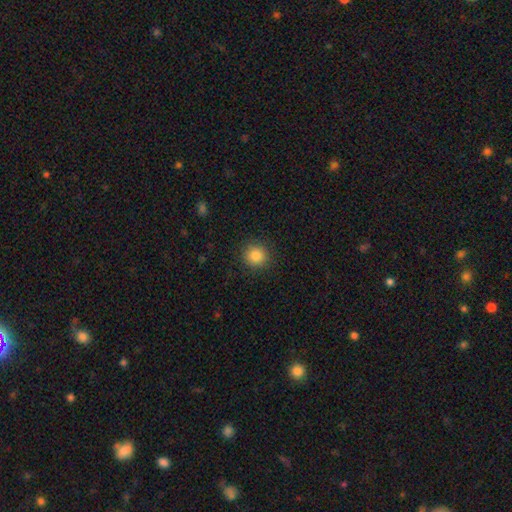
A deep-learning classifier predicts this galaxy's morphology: type=smooth (85%); roundness=round (93%); merging=none (91%).